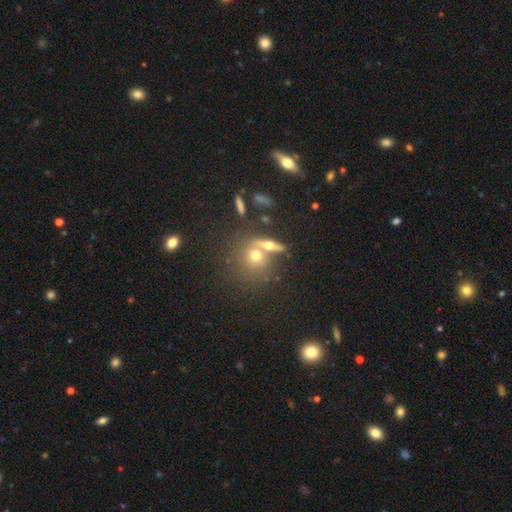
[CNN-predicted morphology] Q: Smooth or featured?
A: smooth (59%); runner-up: featured or disk (27%)
Q: How rounded?
A: round (78%); runner-up: in between (17%)
Q: Merging?
A: none (54%); runner-up: merger (32%)